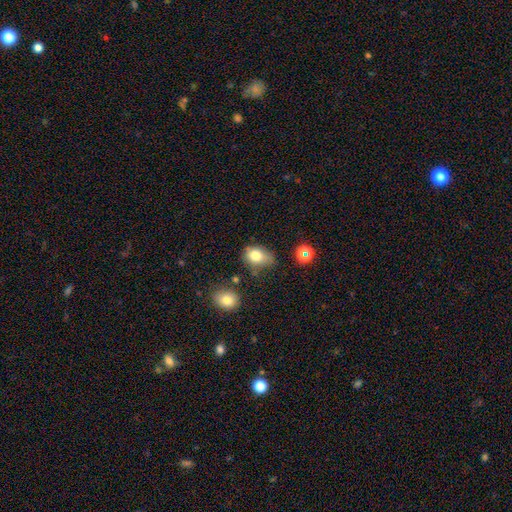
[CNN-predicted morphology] type=smooth (77%); roundness=in between (67%); merging=none (47%).